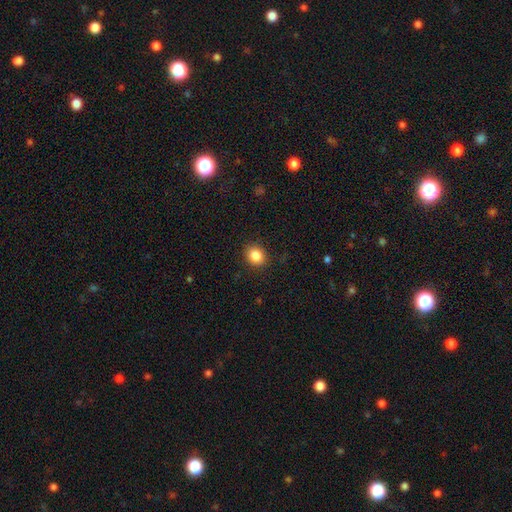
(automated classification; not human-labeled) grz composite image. It shows a smooth galaxy with no disk features (86%) that is round (63%). Merging: none (89%).